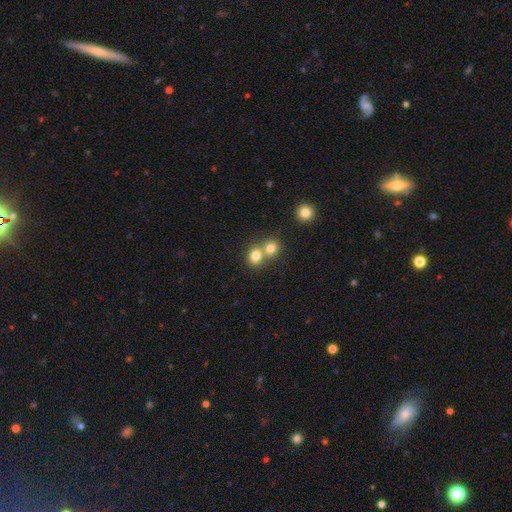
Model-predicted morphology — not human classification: Smooth or featured? smooth (79%)
How rounded? round (74%)
Merging? merger (51%)